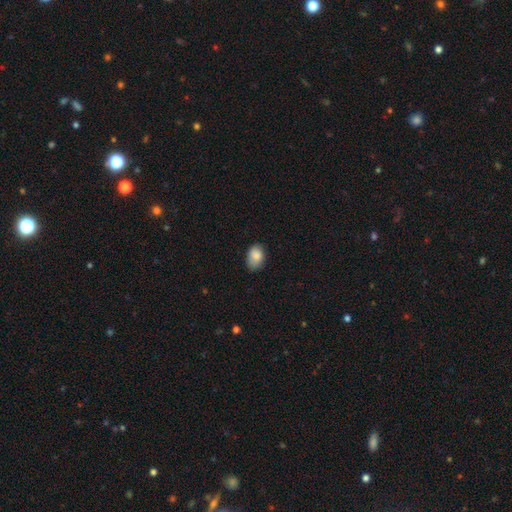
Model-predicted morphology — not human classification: A smooth galaxy with no disk features (85%) that is in between round and cigar-shaped (84%).

Vote fractions:
- Smooth or featured? smooth: 85% / star or artifact: 8% / featured or disk: 7%
- How rounded? in between: 84% / round: 15% / cigar-shaped: 1%
- Merging? none: 67% / minor disturbance: 27% / major disturbance: 5% / merger: 1%